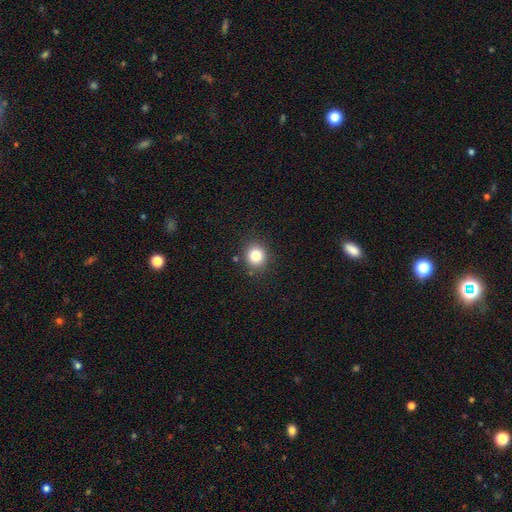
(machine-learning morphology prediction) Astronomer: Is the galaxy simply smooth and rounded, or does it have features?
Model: smooth — 82%.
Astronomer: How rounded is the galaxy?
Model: round — 86%.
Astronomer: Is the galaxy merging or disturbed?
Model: none — 88%.